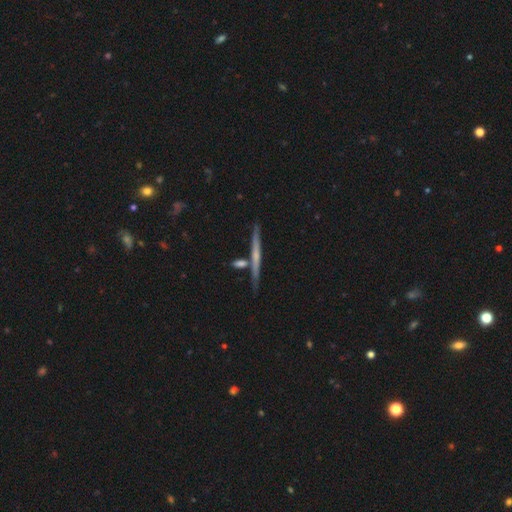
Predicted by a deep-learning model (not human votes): Smooth or featured? Predicted: featured or disk (p=0.59). Edge-on disk? Predicted: yes (p=0.96). Edge-on bulge? Predicted: none (p=0.57). Merging? Predicted: none (p=0.79).